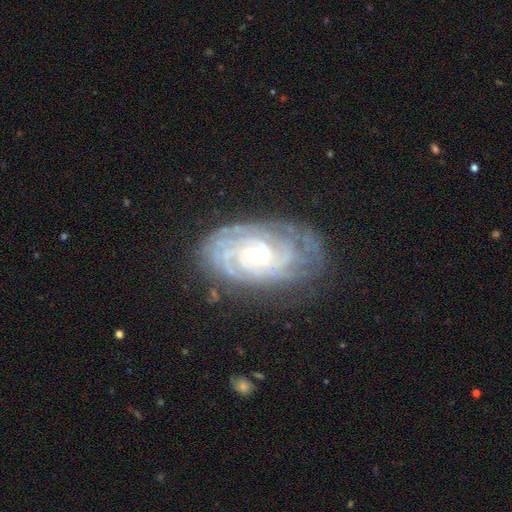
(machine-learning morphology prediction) Smooth or featured?
  - featured or disk: 88% *
  - star or artifact: 6%
  - smooth: 6%
Edge-on disk?
  - no: 96% *
  - yes: 4%
Bar?
  - no: 71% *
  - weak: 22%
  - strong: 7%
Spiral arms?
  - yes: 98% *
  - no: 2%
Spiral winding?
  - tight: 82% *
  - medium: 16%
  - loose: 3%
Spiral arm count?
  - can't tell: 27% *
  - 4: 22%
  - 3: 17%
  - 2: 14%
  - more than 4: 13%
  - 1: 6%
Bulge size?
  - small: 61% *
  - moderate: 35%
  - large: 2%
  - none: 1%
  - dominant: 1%
Merging?
  - none: 75% *
  - minor disturbance: 18%
  - major disturbance: 6%
  - merger: 1%